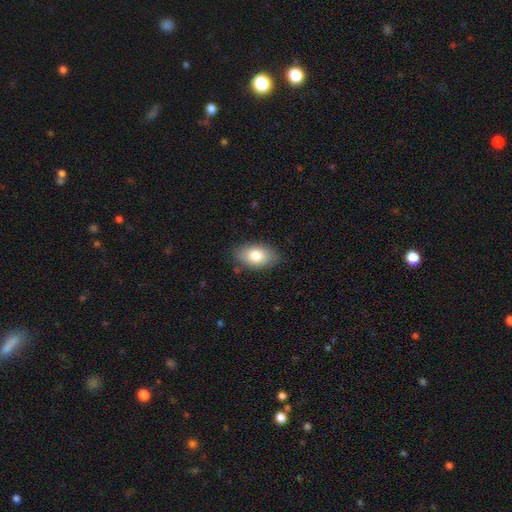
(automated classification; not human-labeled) Smooth or featured?
  - smooth: 80% *
  - featured or disk: 13%
  - star or artifact: 7%
How rounded?
  - in between: 92% *
  - round: 7%
  - cigar-shaped: 2%
Merging?
  - none: 83% *
  - minor disturbance: 13%
  - major disturbance: 3%
  - merger: 1%